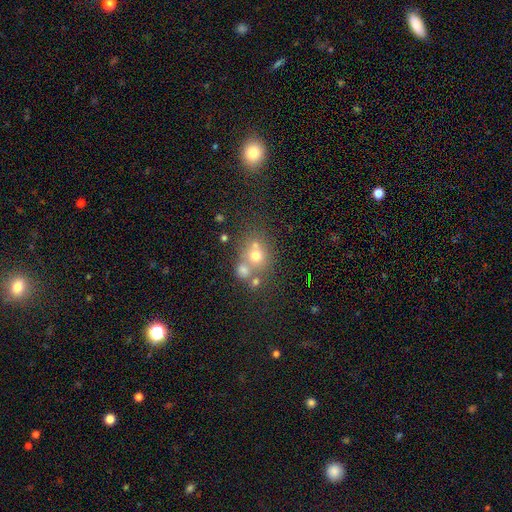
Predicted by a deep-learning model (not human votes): Morphology: type=smooth (61%); roundness=round (76%); merging=none (47%).